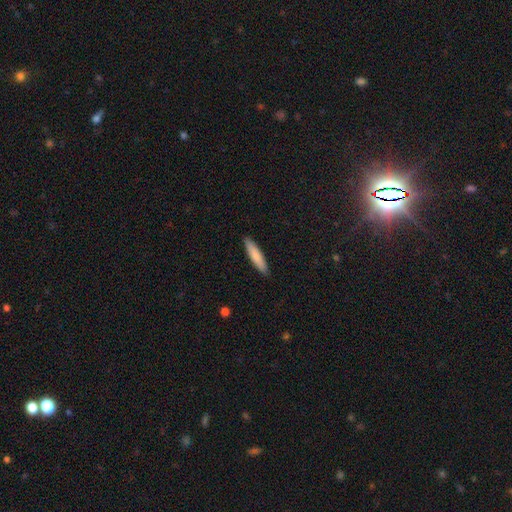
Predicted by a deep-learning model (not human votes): smooth_or_featured: smooth (p=0.80) [alt: featured or disk p=0.15]
how_rounded: cigar-shaped (p=0.83) [alt: in between p=0.16]
merging: none (p=0.91) [alt: minor disturbance p=0.07]